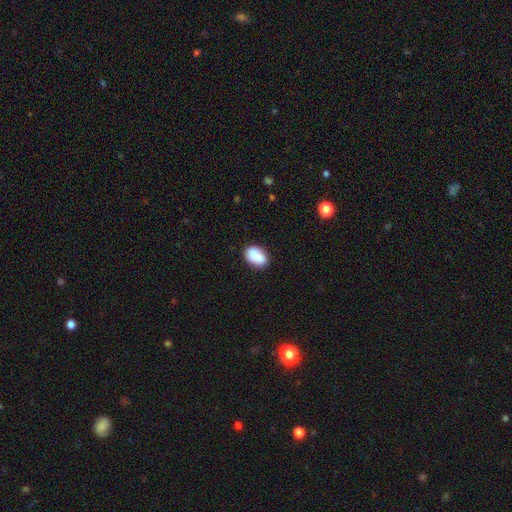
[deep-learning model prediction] Q: Smooth or featured?
A: smooth (86%); runner-up: star or artifact (7%)
Q: How rounded?
A: in between (87%); runner-up: round (12%)
Q: Merging?
A: none (77%); runner-up: minor disturbance (16%)